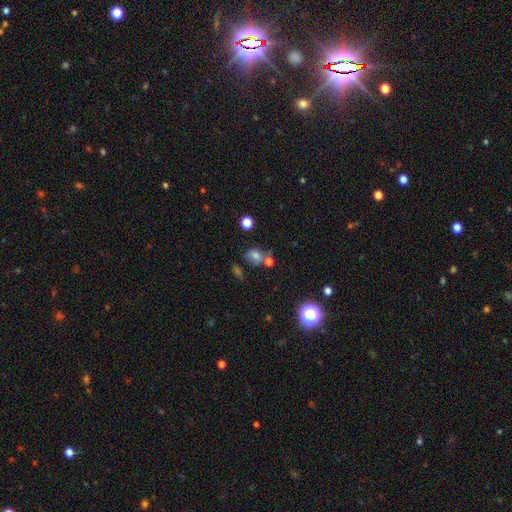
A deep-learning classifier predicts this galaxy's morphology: The model was most divided on "how rounded": round: 54%, in between: 44%, cigar-shaped: 2%. Remaining: smooth or featured — smooth (67%); merging — none (50%).